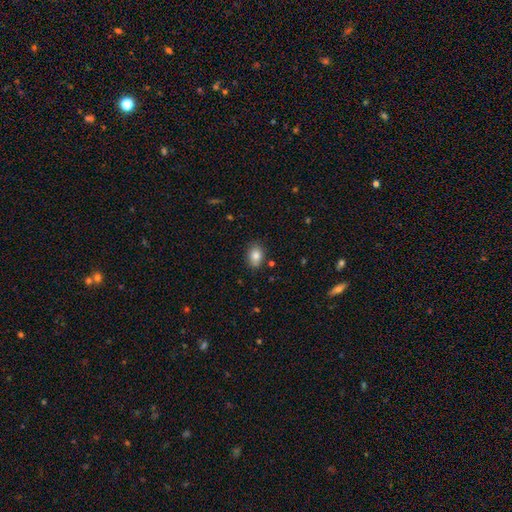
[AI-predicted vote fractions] A smooth galaxy with no disk features (83%) that is in between round and cigar-shaped (76%). Merging: none (82%).